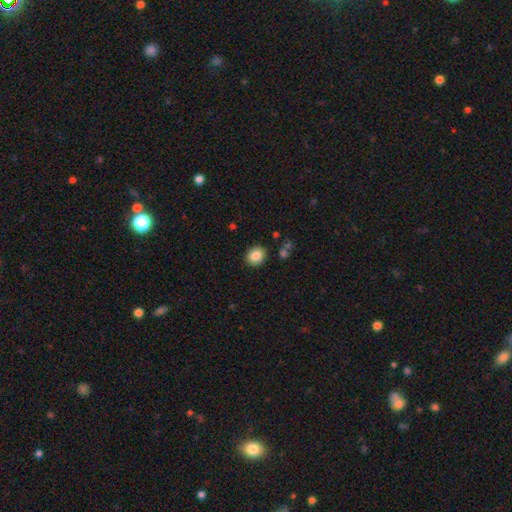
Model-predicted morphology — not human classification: A smooth galaxy with no disk features (85%) that is round (72%). Merging: none (89%).